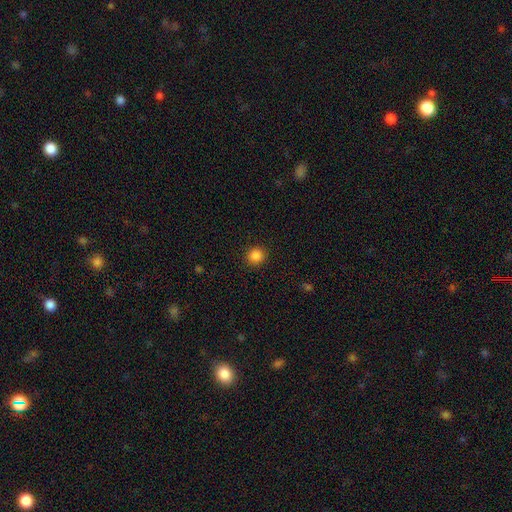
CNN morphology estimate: smooth 86%, star or artifact 11%, featured or disk 3%. Down the decision tree: how rounded — round (90%); merging — none (91%).